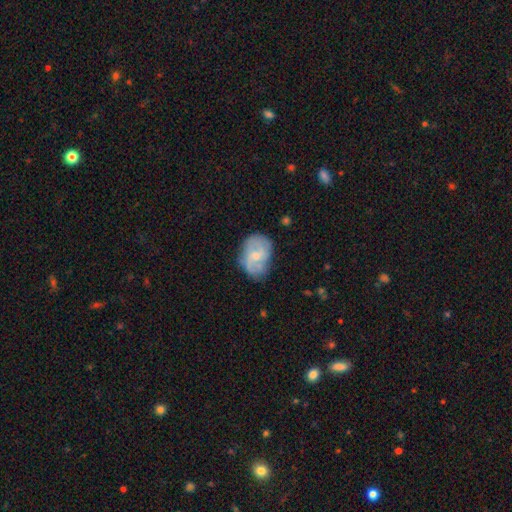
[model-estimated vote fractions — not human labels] Morphology: type=featured or disk (54%); edge-on=no (97%); bar=no (57%); spiral arms=yes (69%); bulge=small (51%); merging=none (59%).